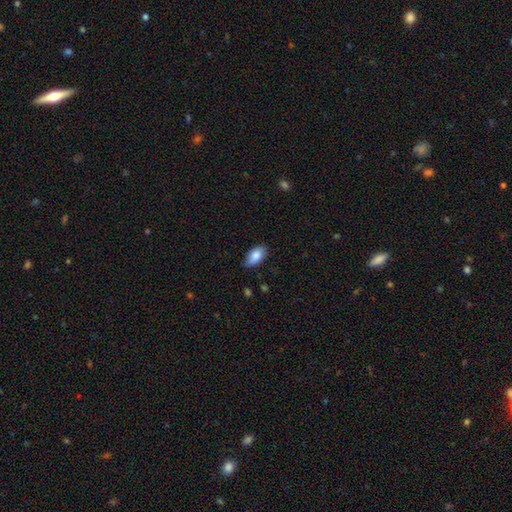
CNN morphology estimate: smooth 83%, featured or disk 10%, star or artifact 7%. Down the decision tree: how rounded — in between (93%); merging — none (74%).